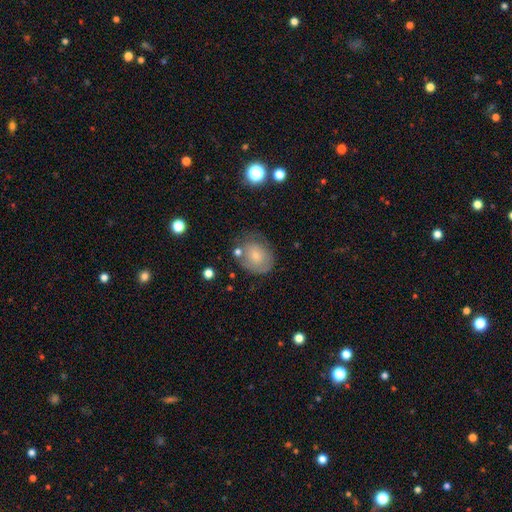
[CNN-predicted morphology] Smooth or featured: smooth — 65% (featured or disk — 26%)
How rounded: round — 52% (in between — 47%)
Merging: none — 58% (minor disturbance — 26%)